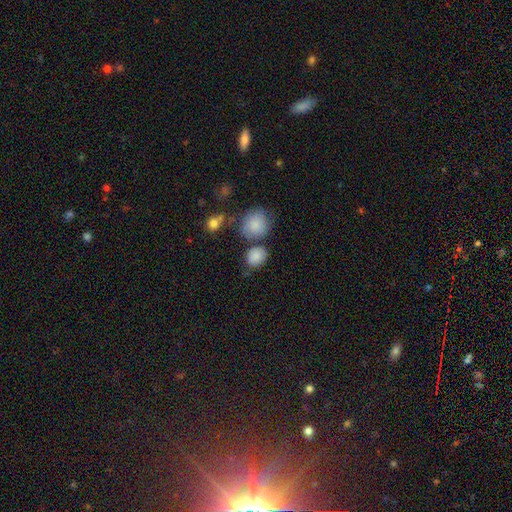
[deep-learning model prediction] This is clearly a smooth galaxy (84%). How rounded: possibly round (54%). Merging: likely none (65%).